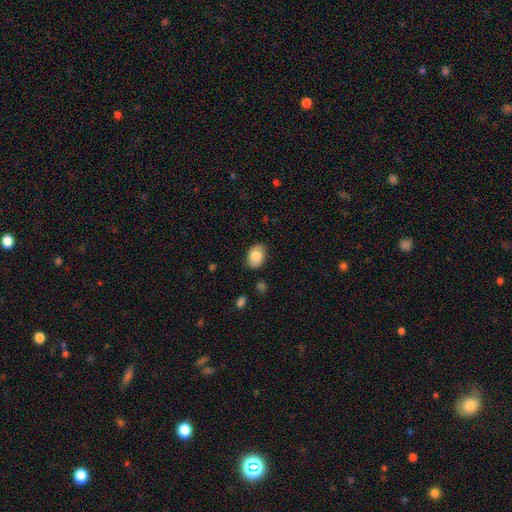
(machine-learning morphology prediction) smooth-or-featured: smooth: 84% | featured or disk: 9% | star or artifact: 7%
  how-rounded: in between: 76% | round: 23% | cigar-shaped: 1%
  merging: none: 84% | minor disturbance: 12% | major disturbance: 2% | merger: 1%